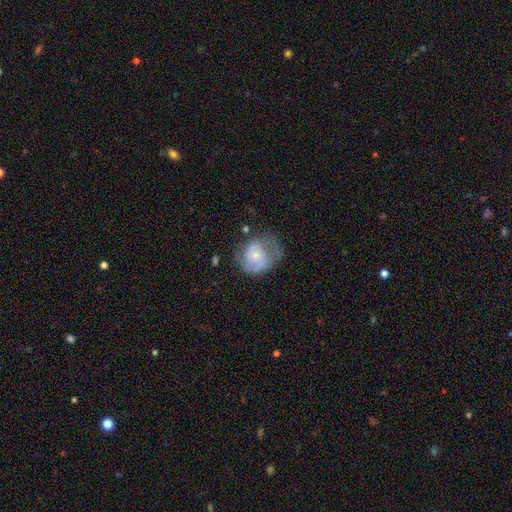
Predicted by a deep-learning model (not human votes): A featured or disk galaxy (54%) with no bar (74%), spiral arms (71%) and a small central bulge (62%). Merging: none (37%).